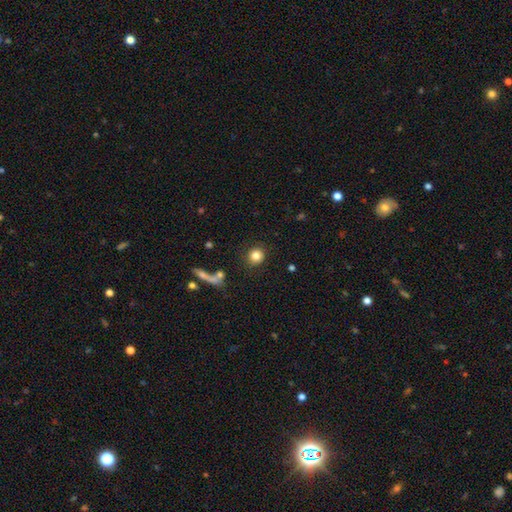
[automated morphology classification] type=smooth (83%); roundness=round (91%); merging=none (87%).